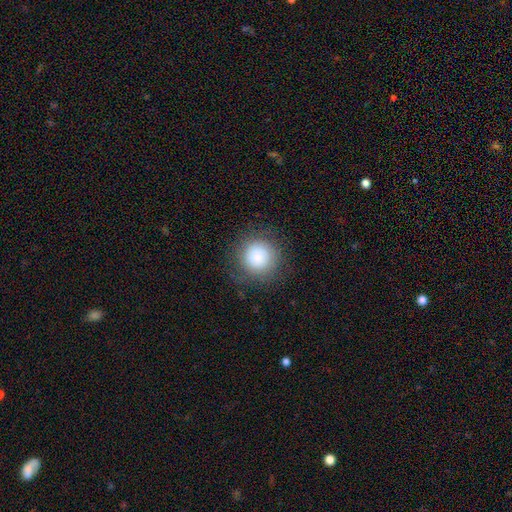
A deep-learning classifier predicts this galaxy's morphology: smooth 82%, star or artifact 9%, featured or disk 8%. Down the decision tree: how rounded — round (94%); merging — none (83%).